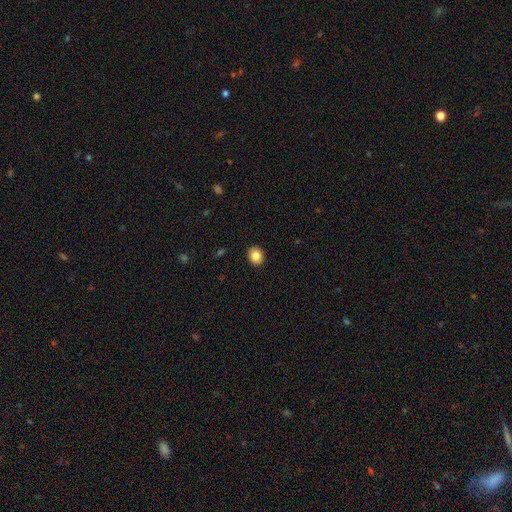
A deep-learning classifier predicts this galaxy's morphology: A smooth galaxy with no disk features (85%) that is round (68%). Merging: none (92%).